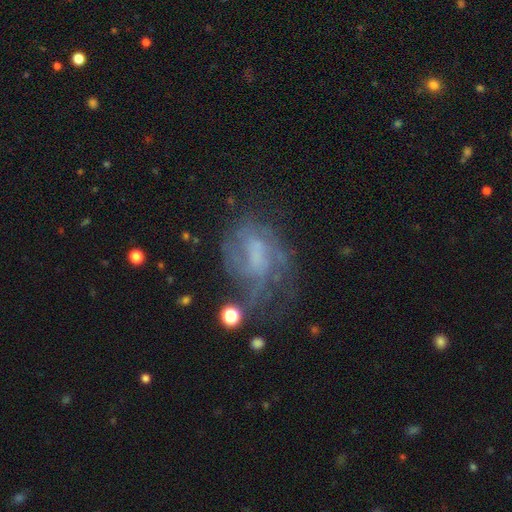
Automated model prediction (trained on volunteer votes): Q: Smooth or featured?
A: featured or disk (68%); runner-up: smooth (20%)
Q: Edge-on disk?
A: no (97%); runner-up: yes (3%)
Q: Bar?
A: no (52%); runner-up: weak (38%)
Q: Spiral arms?
A: yes (74%); runner-up: no (26%)
Q: Bulge size?
A: none (50%); runner-up: small (24%)
Q: Merging?
A: none (43%); runner-up: major disturbance (30%)